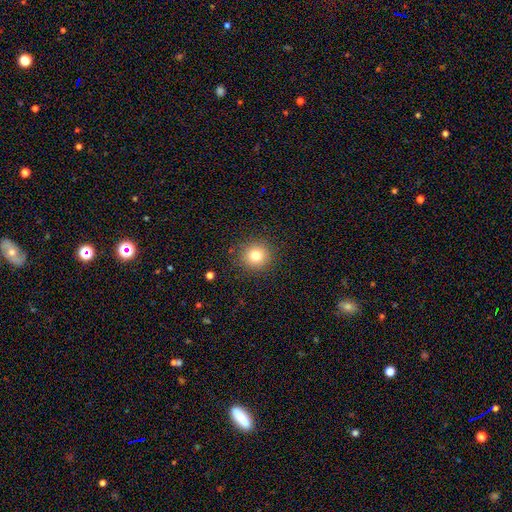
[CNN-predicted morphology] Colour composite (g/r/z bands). It shows a smooth galaxy with no disk features (78%) that is round (93%). Merging: none (90%).